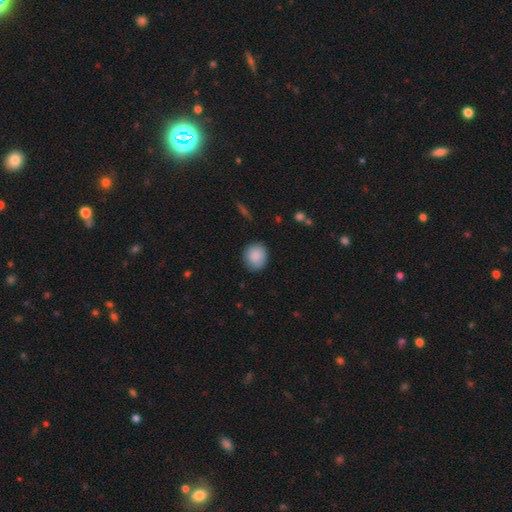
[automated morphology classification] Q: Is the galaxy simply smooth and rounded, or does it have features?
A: smooth — 89%.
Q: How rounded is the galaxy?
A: round — 75%.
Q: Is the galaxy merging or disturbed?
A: none — 83%.